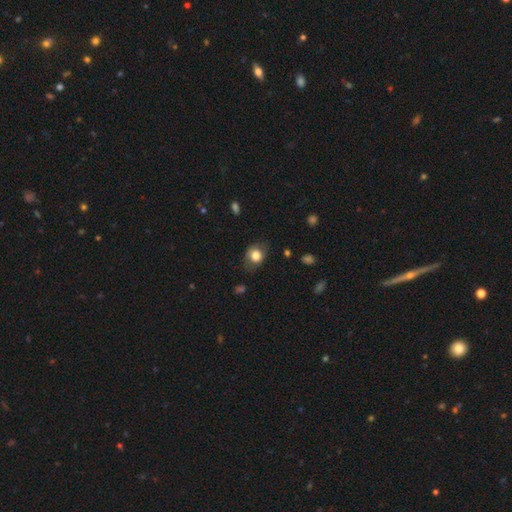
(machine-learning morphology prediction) A smooth galaxy with no disk features (77%) that is round (50%).

Vote fractions:
- Smooth or featured? smooth: 77% / featured or disk: 14% / star or artifact: 9%
- How rounded? round: 50% / in between: 49% / cigar-shaped: 1%
- Merging? none: 70% / minor disturbance: 21% / major disturbance: 7% / merger: 1%